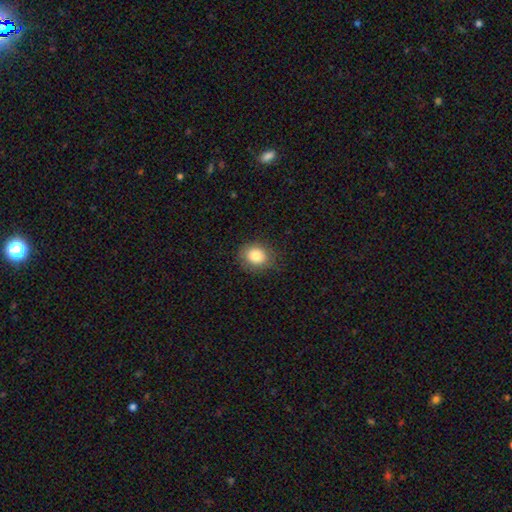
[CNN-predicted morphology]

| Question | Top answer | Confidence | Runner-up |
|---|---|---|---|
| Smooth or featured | smooth | 82% | star or artifact (10%) |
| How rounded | round | 71% | in between (28%) |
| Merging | none | 81% | minor disturbance (14%) |